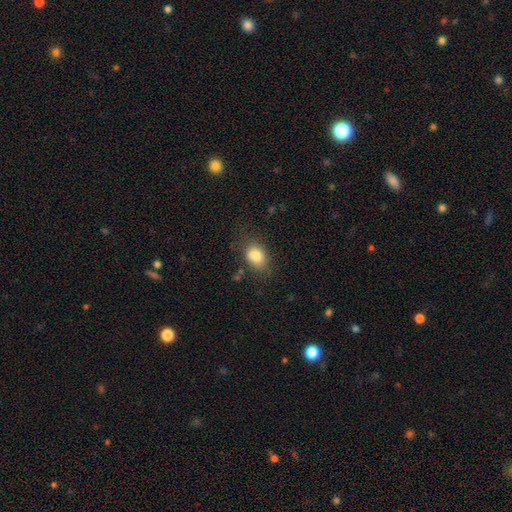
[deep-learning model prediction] This appears to be a smooth galaxy with no disk features (82%) that is in between round and cigar-shaped (71%). Merging: none (69%).